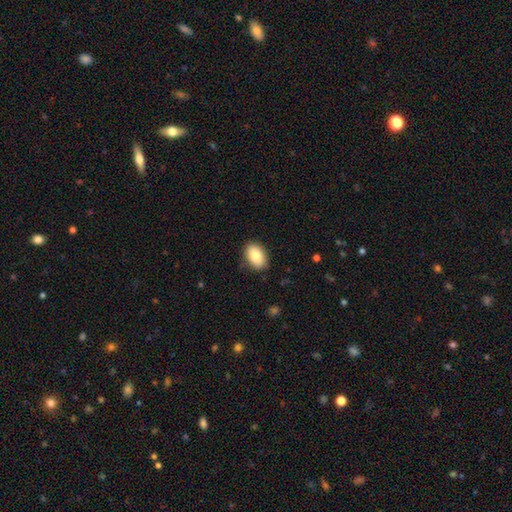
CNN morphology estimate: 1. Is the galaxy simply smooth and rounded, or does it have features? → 83% smooth, 10% featured or disk, 7% star or artifact.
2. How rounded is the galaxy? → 89% in between, 9% round, 1% cigar-shaped.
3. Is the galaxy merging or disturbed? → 85% none, 12% minor disturbance, 2% major disturbance, 1% merger.